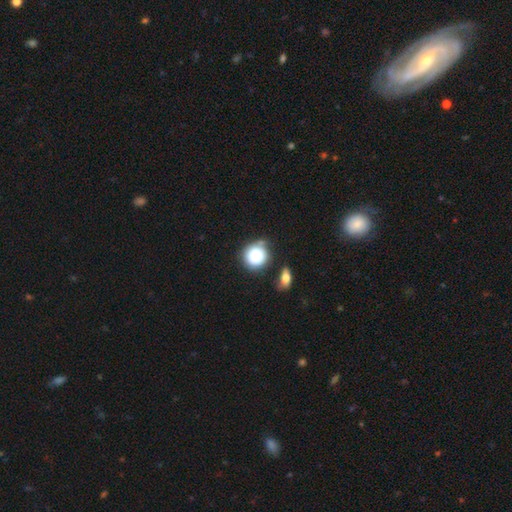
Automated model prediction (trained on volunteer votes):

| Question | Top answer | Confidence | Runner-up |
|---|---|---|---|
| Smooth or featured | smooth | 82% | featured or disk (10%) |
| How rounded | round | 91% | in between (8%) |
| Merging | none | 62% | minor disturbance (20%) |